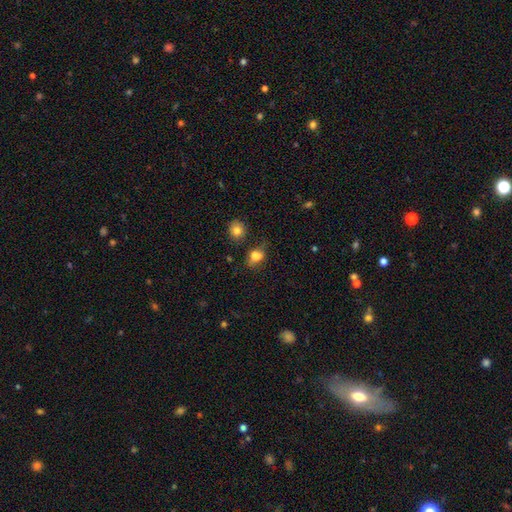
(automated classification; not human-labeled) smooth_or_featured: smooth (p=0.79) [alt: star or artifact p=0.11]
how_rounded: in between (p=0.70) [alt: round p=0.28]
merging: none (p=0.57) [alt: minor disturbance p=0.24]